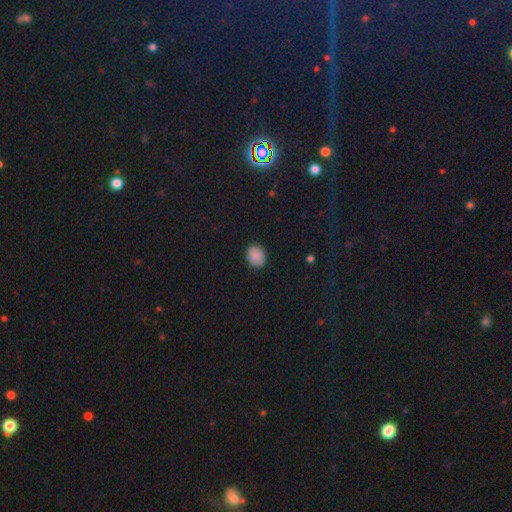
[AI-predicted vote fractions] A smooth galaxy with no disk features (86%) that is round (51%).

Vote fractions:
- Smooth or featured? smooth: 86% / star or artifact: 11% / featured or disk: 3%
- How rounded? round: 51% / in between: 47% / cigar-shaped: 1%
- Merging? none: 88% / minor disturbance: 9% / major disturbance: 2% / merger: 1%